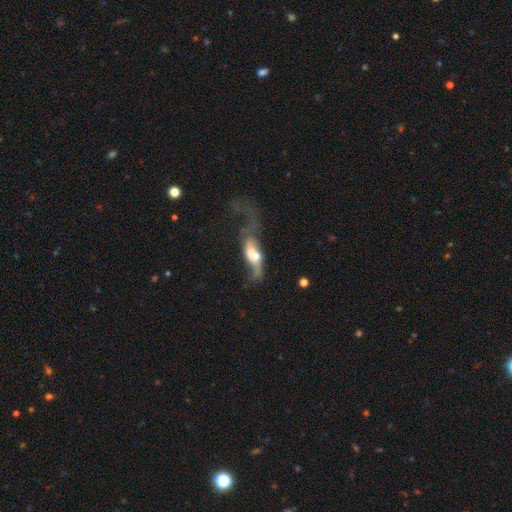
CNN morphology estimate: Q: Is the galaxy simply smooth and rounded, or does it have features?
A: featured or disk — 55%.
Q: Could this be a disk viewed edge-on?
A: no — 85%.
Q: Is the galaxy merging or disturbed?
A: merger — 53%.